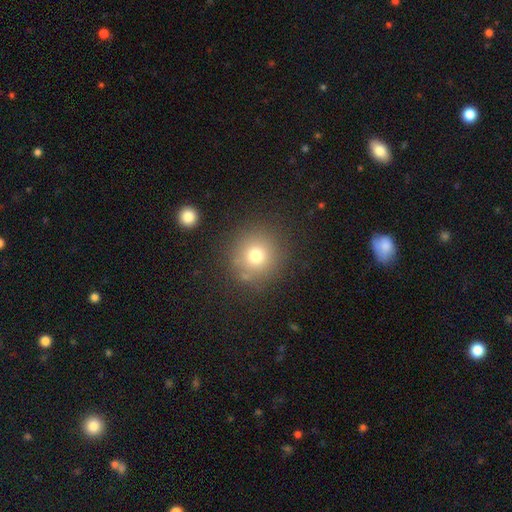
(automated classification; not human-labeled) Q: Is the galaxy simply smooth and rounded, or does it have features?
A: smooth — 74%.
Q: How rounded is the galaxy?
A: round — 93%.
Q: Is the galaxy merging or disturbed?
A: none — 84%.